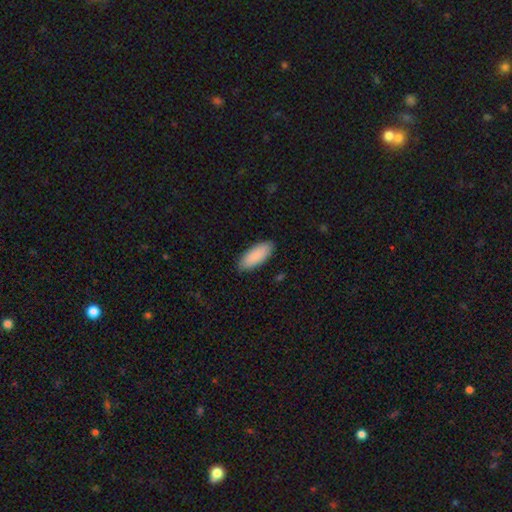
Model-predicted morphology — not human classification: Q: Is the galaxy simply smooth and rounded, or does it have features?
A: smooth — 90%.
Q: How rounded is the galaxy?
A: in between — 80%.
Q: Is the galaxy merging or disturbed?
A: none — 88%.